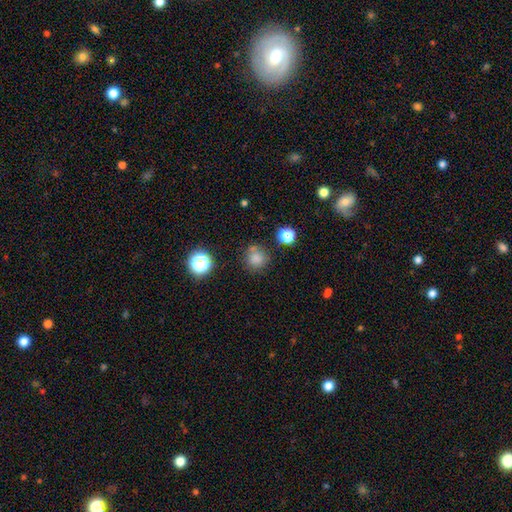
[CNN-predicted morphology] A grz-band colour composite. It shows a smooth galaxy with no disk features (77%) that is round (91%). Merging: none (72%).